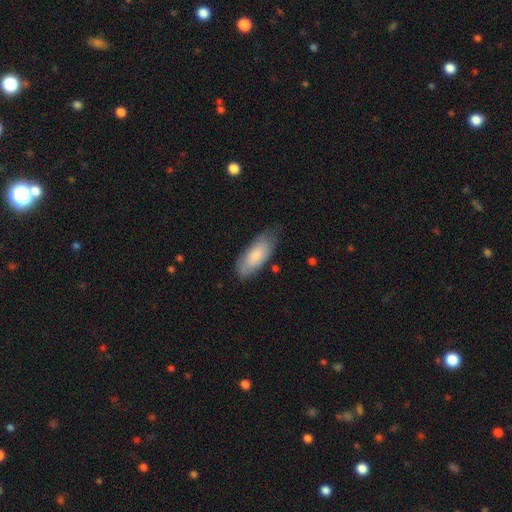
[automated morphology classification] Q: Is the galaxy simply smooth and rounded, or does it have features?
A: smooth — 76%.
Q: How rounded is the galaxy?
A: in between — 83%.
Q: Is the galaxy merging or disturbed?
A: none — 69%.